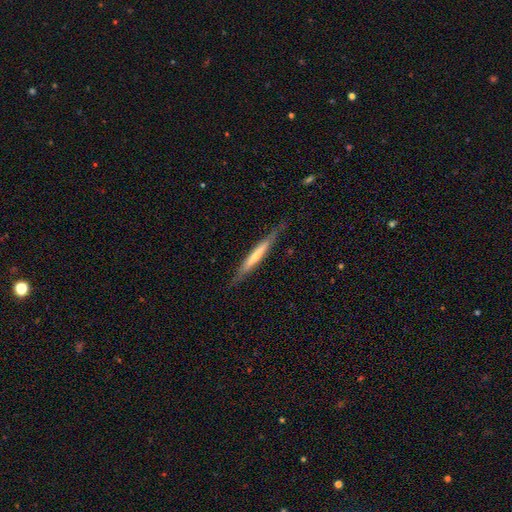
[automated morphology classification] This is possibly a featured or disk galaxy (51%). It is clearly viewed edge-on (92%). Merging: likely none (79%).